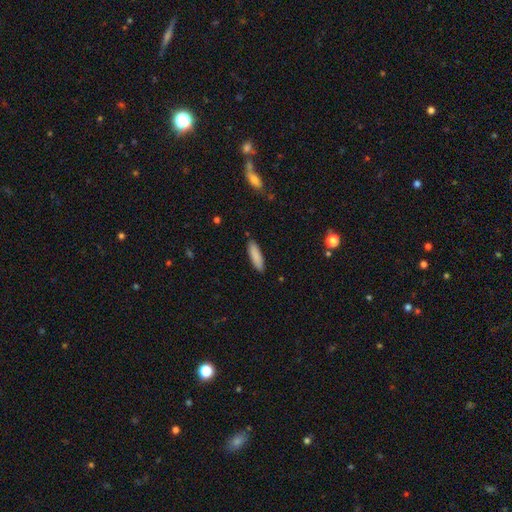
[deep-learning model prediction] Overall: smooth (87%). How rounded: cigar-shaped (62%; in between 37%). Merging: none (87%).